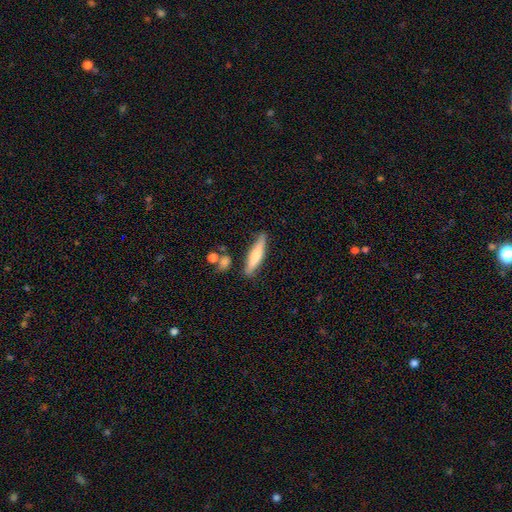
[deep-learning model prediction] Smooth or featured? Predicted: smooth (p=0.64). How rounded? Predicted: cigar-shaped (p=0.82). Merging? Predicted: none (p=0.80).